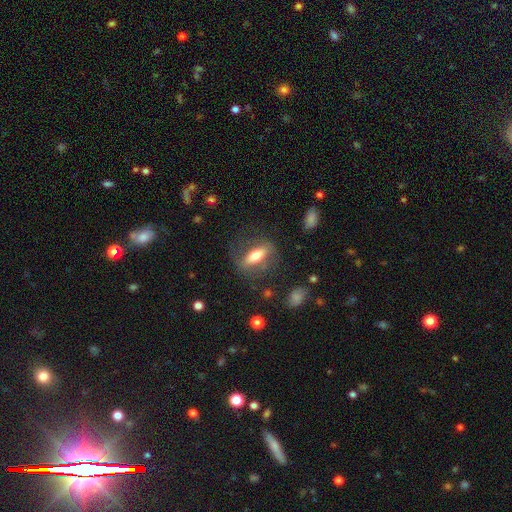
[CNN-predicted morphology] This is possibly a featured or disk galaxy (46%, tied with smooth). Merging: likely none (71%).